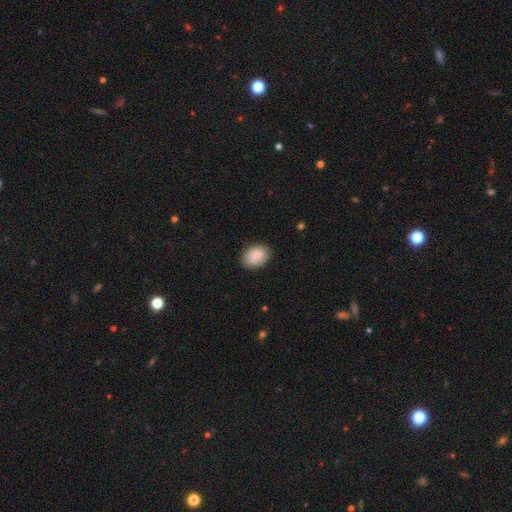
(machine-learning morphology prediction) This appears to be a smooth galaxy with no disk features (87%) that is in between round and cigar-shaped (78%). Merging: none (83%).